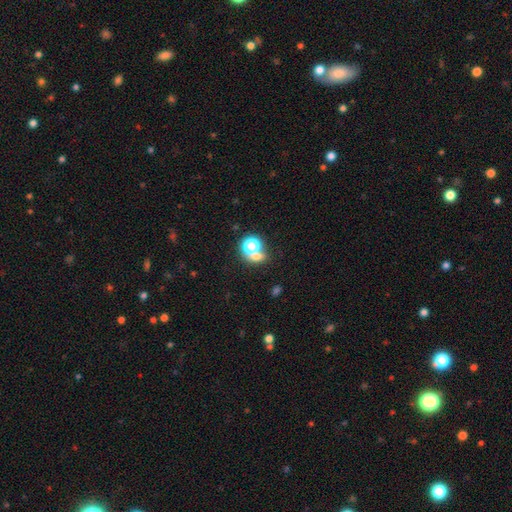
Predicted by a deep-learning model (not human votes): smooth-or-featured: smooth: 55% | star or artifact: 34% | featured or disk: 11%
  how-rounded: round: 67% | in between: 31% | cigar-shaped: 2%
  merging: none: 53% | merger: 33% | minor disturbance: 9% | major disturbance: 6%